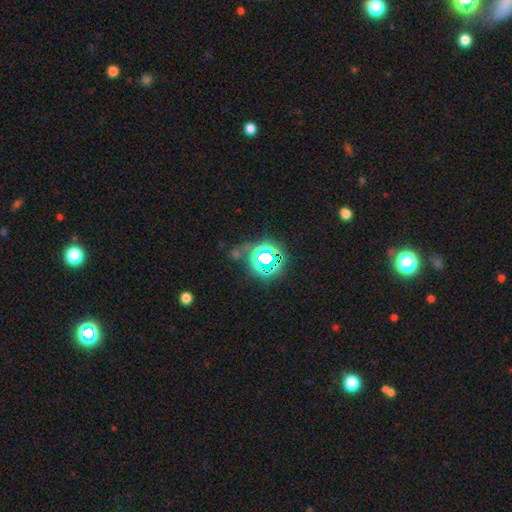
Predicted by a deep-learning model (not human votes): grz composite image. It shows a star or artifact, not a galaxy (73%).